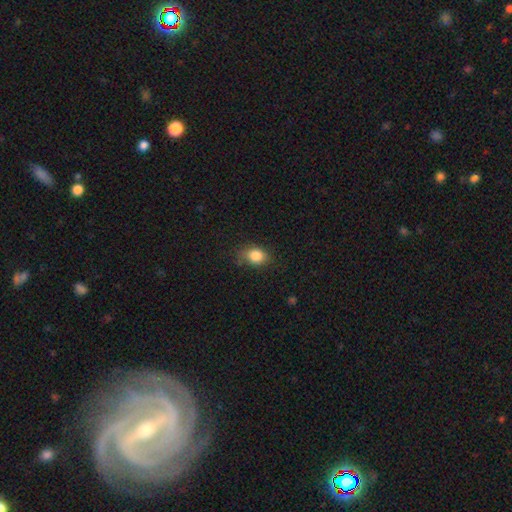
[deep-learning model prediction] This appears to be a smooth galaxy with no disk features (84%) that is in between round and cigar-shaped (61%). Merging: none (71%).